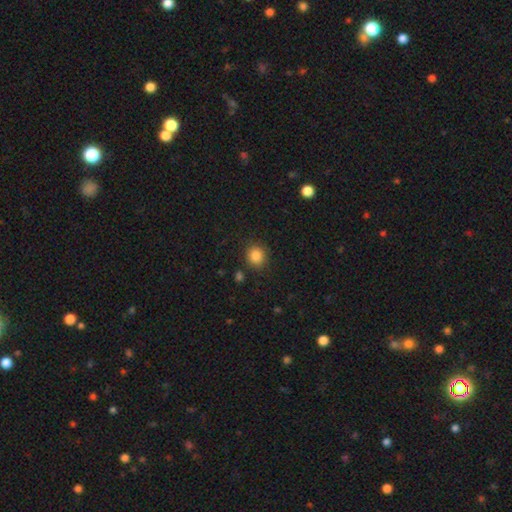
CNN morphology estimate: This appears to be a smooth galaxy with no disk features (85%) that is round (86%). Merging: none (87%).